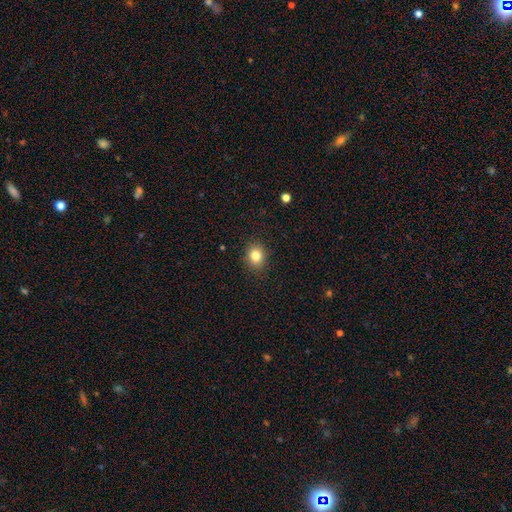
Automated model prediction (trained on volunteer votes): smooth-or-featured: smooth: 82% | star or artifact: 11% | featured or disk: 6%
  how-rounded: round: 63% | in between: 36% | cigar-shaped: 1%
  merging: none: 89% | minor disturbance: 8% | major disturbance: 2% | merger: 1%